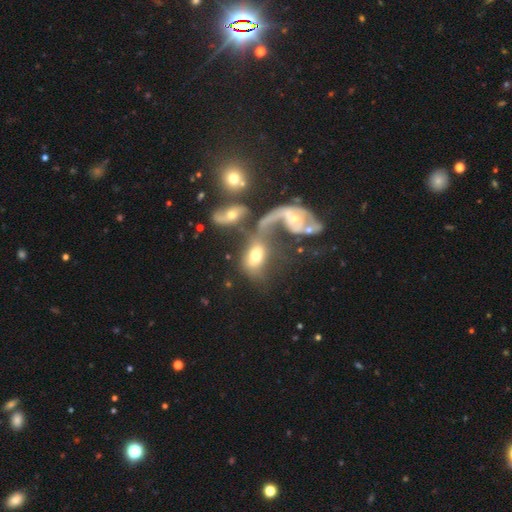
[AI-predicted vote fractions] Overall: smooth (49%; featured or disk 41%). Merging: merger (57%; major disturbance 18%).